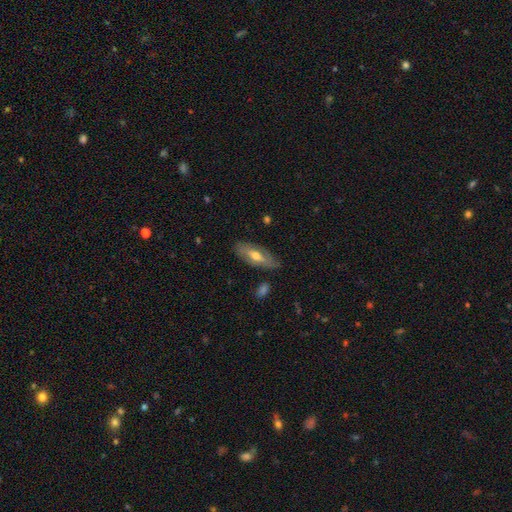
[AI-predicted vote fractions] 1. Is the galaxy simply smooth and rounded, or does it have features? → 49% featured or disk, 45% smooth, 6% star or artifact.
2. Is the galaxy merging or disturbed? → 78% none, 16% minor disturbance, 4% major disturbance, 2% merger.